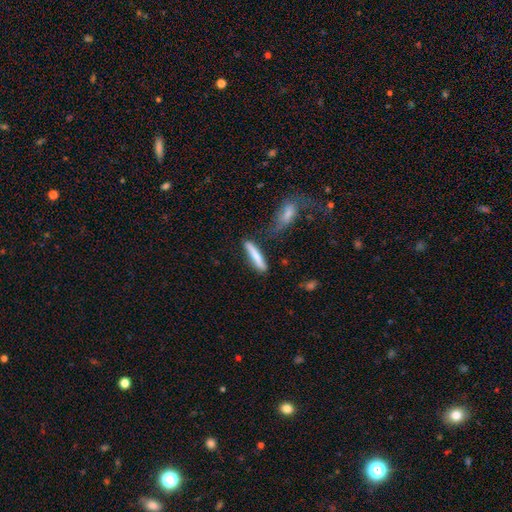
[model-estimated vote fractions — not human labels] Overall: smooth (73%). How rounded: cigar-shaped (90%). Merging: none (74%).